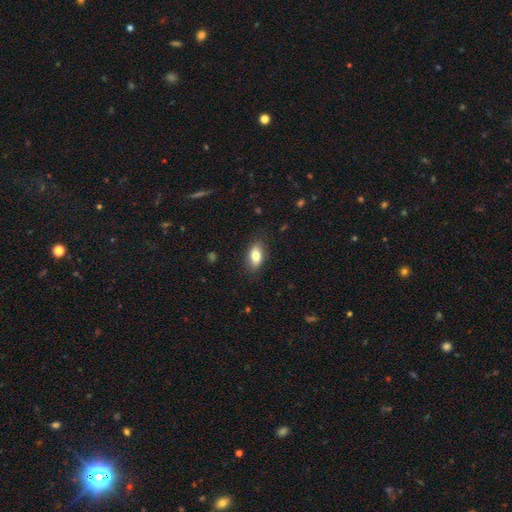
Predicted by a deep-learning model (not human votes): Smooth or featured? smooth (77%)
How rounded? in between (89%)
Merging? none (82%)